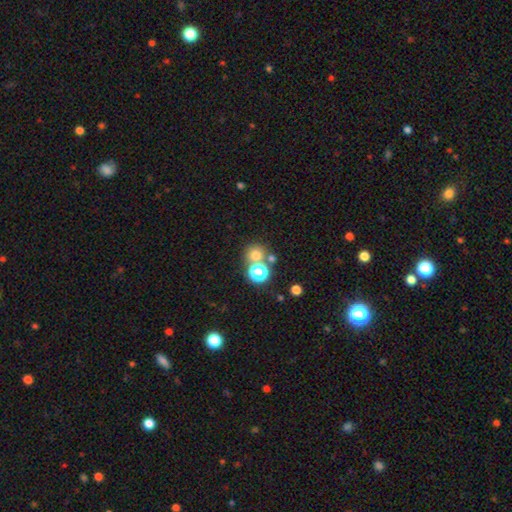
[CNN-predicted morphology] smooth 69%, star or artifact 22%, featured or disk 9%. Down the decision tree: how rounded — round (87%); merging — none (59%).